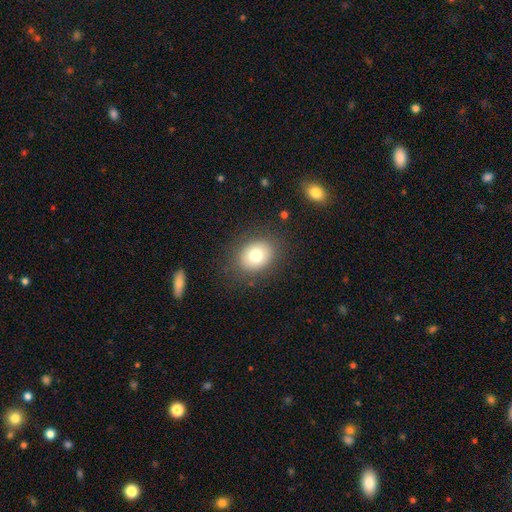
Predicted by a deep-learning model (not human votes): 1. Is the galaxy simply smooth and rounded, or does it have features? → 76% smooth, 14% featured or disk, 10% star or artifact.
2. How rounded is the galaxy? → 50% round, 49% in between, 1% cigar-shaped.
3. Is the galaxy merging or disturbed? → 85% none, 10% minor disturbance, 4% major disturbance, 1% merger.